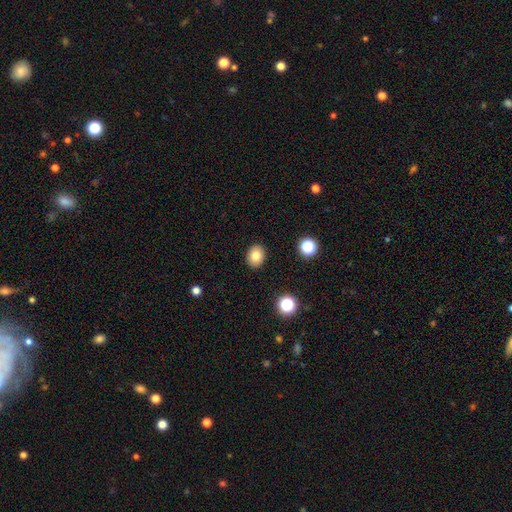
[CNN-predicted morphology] smooth-or-featured: smooth: 82% | star or artifact: 10% | featured or disk: 7%
  how-rounded: in between: 51% | round: 48% | cigar-shaped: 1%
  merging: none: 89% | minor disturbance: 7% | major disturbance: 2% | merger: 1%